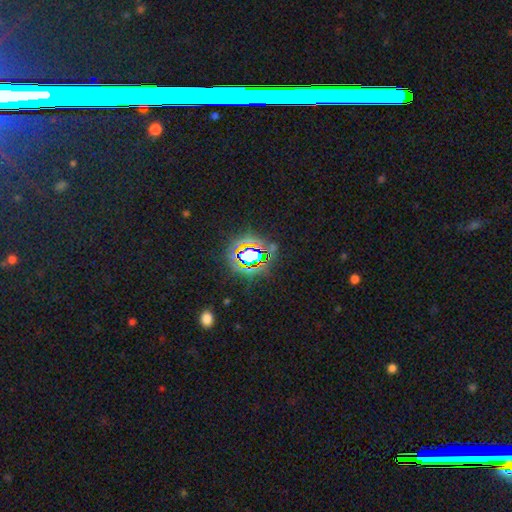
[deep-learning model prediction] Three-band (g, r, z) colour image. It shows a star or artifact, not a galaxy (68%).